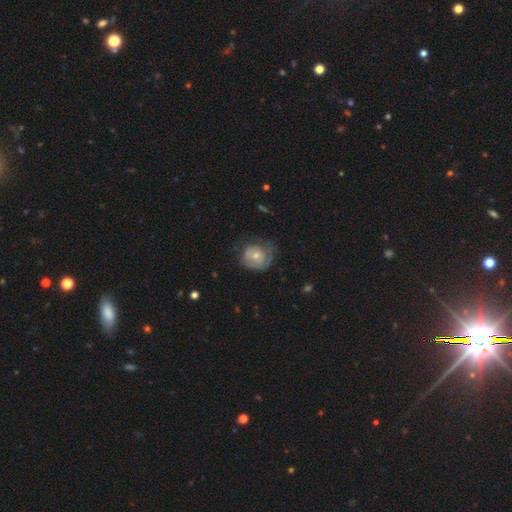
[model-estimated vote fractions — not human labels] Q: Smooth or featured?
A: featured or disk (54%); runner-up: smooth (38%)
Q: Edge-on disk?
A: no (97%); runner-up: yes (3%)
Q: Bar?
A: no (77%); runner-up: weak (19%)
Q: Spiral arms?
A: yes (62%); runner-up: no (38%)
Q: Bulge size?
A: moderate (50%); runner-up: small (45%)
Q: Merging?
A: none (46%); runner-up: minor disturbance (29%)